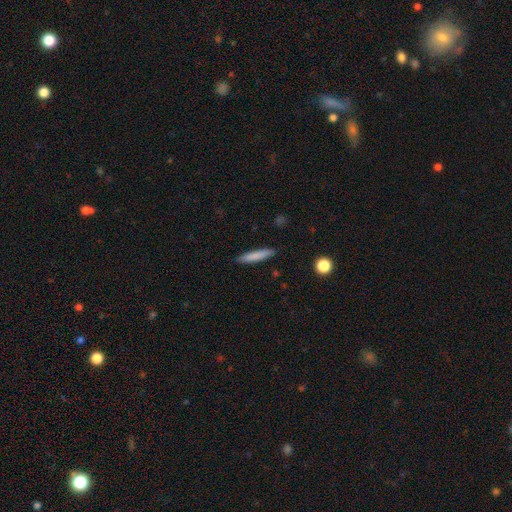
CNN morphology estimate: A smooth galaxy with no disk features (79%) that is cigar-shaped (91%).

Vote fractions:
- Smooth or featured? smooth: 79% / featured or disk: 14% / star or artifact: 6%
- How rounded? cigar-shaped: 91% / in between: 7% / round: 1%
- Merging? none: 89% / minor disturbance: 8% / major disturbance: 2% / merger: 1%